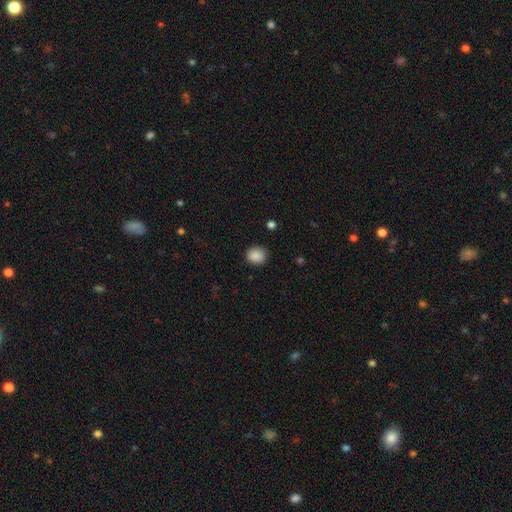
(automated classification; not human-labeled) Smooth or featured: smooth — 89% (star or artifact — 8%)
How rounded: round — 74% (in between — 25%)
Merging: none — 87% (minor disturbance — 9%)